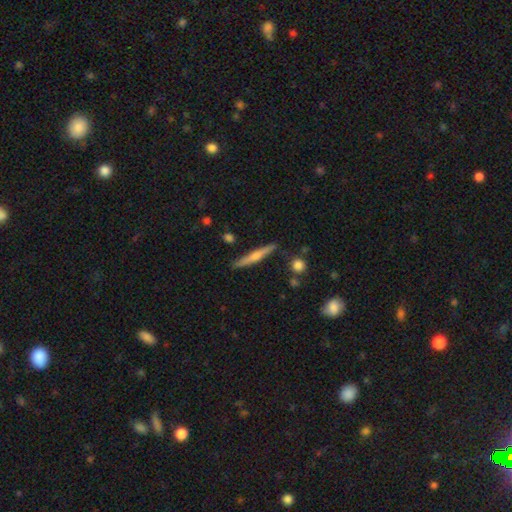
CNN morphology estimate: Q: Smooth or featured?
A: featured or disk (56%); runner-up: smooth (38%)
Q: Edge-on disk?
A: yes (97%); runner-up: no (3%)
Q: Edge-on bulge?
A: rounded (75%); runner-up: none (17%)
Q: Merging?
A: none (87%); runner-up: minor disturbance (9%)